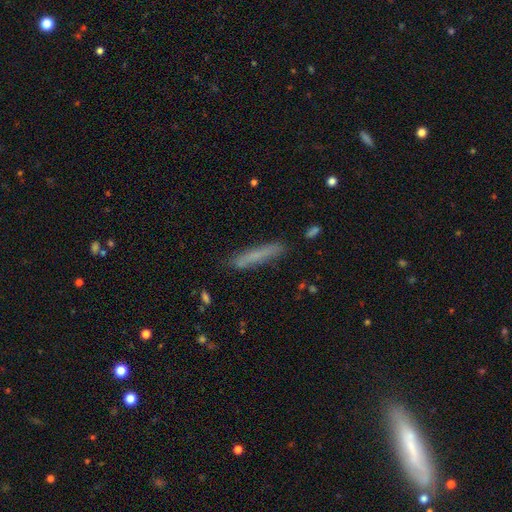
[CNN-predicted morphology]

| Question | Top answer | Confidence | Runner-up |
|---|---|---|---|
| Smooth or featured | smooth | 69% | featured or disk (23%) |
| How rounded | cigar-shaped | 94% | in between (5%) |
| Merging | none | 84% | minor disturbance (11%) |